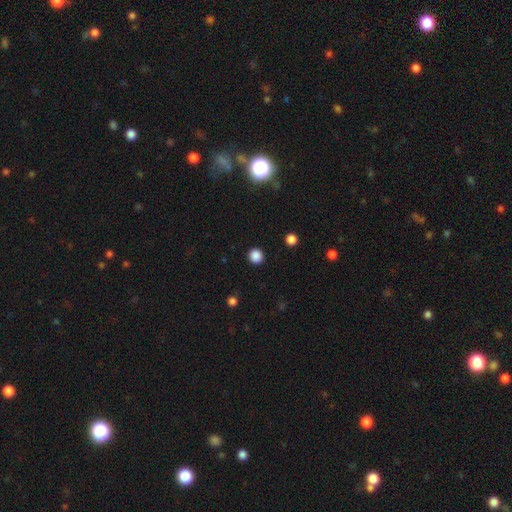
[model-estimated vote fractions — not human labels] A smooth galaxy with no disk features (86%) that is round (94%). Merging: none (93%).